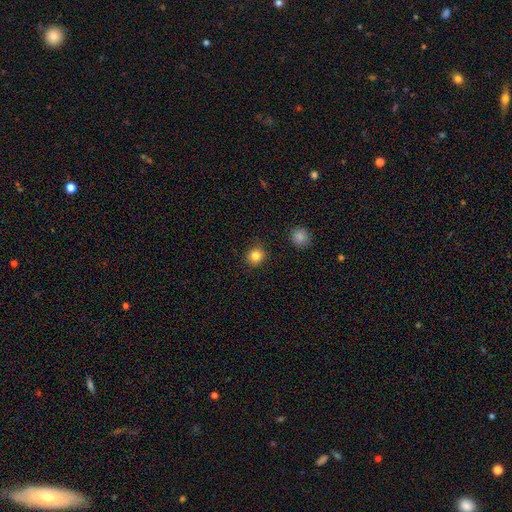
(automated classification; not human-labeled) This appears to be a smooth galaxy with no disk features (83%) that is round (89%). Merging: none (89%).